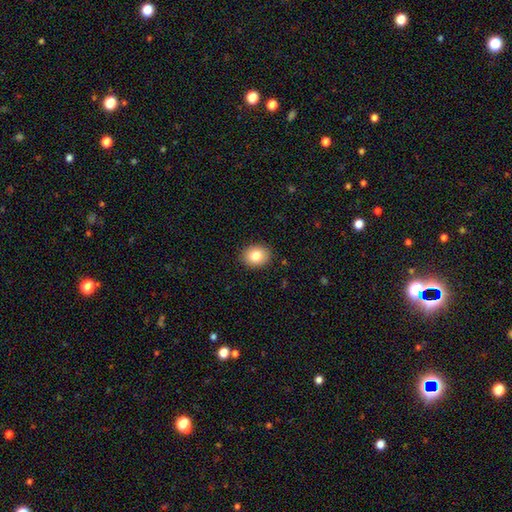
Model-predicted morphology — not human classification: Smooth or featured? smooth (82%)
How rounded? round (52%)
Merging? none (90%)